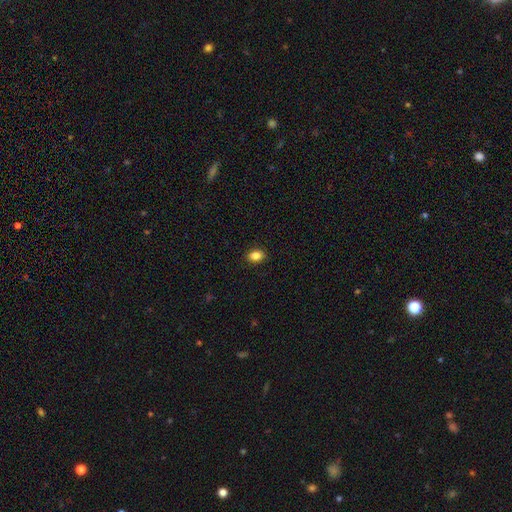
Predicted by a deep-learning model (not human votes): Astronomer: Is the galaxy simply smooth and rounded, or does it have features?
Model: smooth — 86%.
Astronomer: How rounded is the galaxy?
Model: in between — 77%.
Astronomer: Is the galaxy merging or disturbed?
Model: none — 90%.